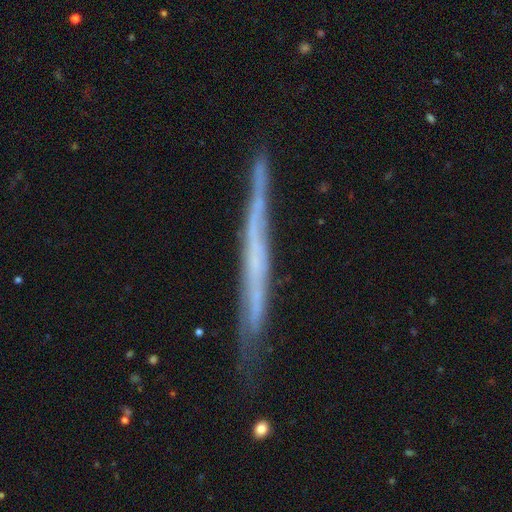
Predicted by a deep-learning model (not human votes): A featured or disk galaxy (66%) viewed edge-on (95%) with no central bulge (88%). Merging: none (81%).